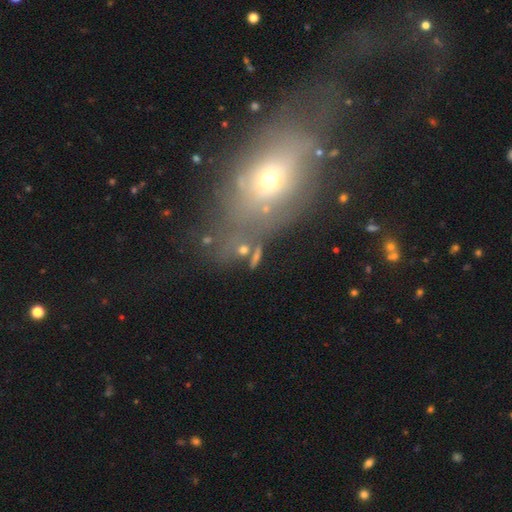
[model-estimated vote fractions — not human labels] Smooth or featured: smooth — 47% (featured or disk — 27%)
Merging: none — 54% (merger — 20%)